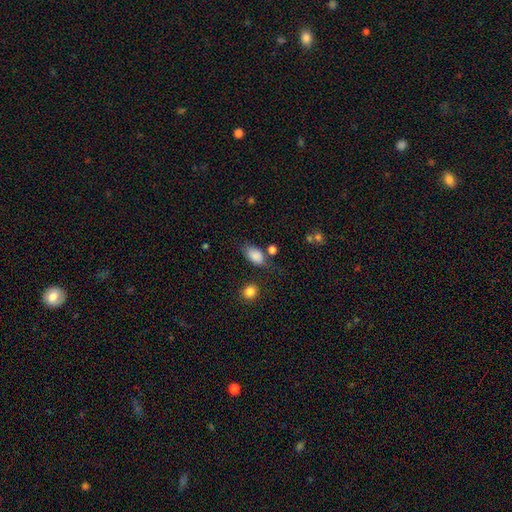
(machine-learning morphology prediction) A smooth galaxy with no disk features (85%) that is in between round and cigar-shaped (90%).

Vote fractions:
- Smooth or featured? smooth: 85% / star or artifact: 9% / featured or disk: 6%
- How rounded? in between: 90% / round: 8% / cigar-shaped: 3%
- Merging? none: 62% / minor disturbance: 23% / major disturbance: 8% / merger: 7%